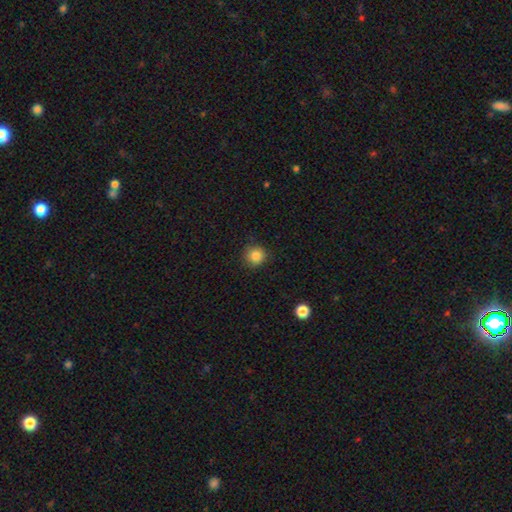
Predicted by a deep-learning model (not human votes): Smooth or featured? smooth (85%)
How rounded? round (93%)
Merging? none (88%)